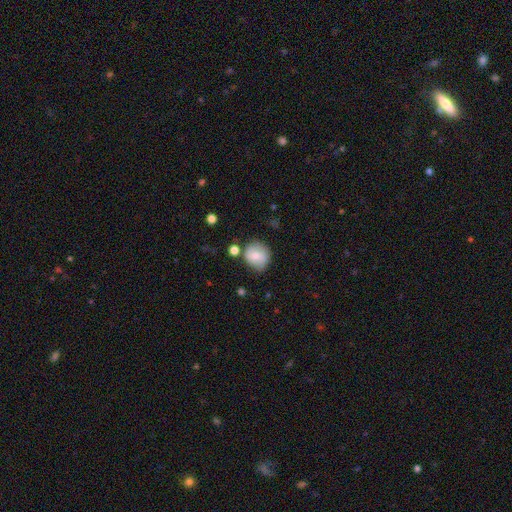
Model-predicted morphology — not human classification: Smooth or featured? smooth (69%)
How rounded? round (83%)
Merging? none (66%)